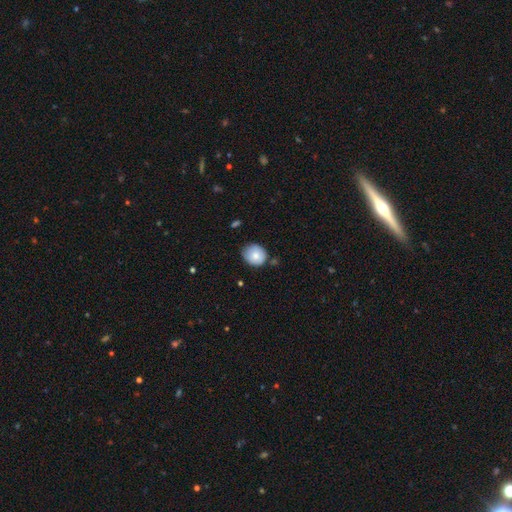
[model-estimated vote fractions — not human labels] This appears to be a smooth galaxy with no disk features (81%) that is round (80%). Merging: none (74%).